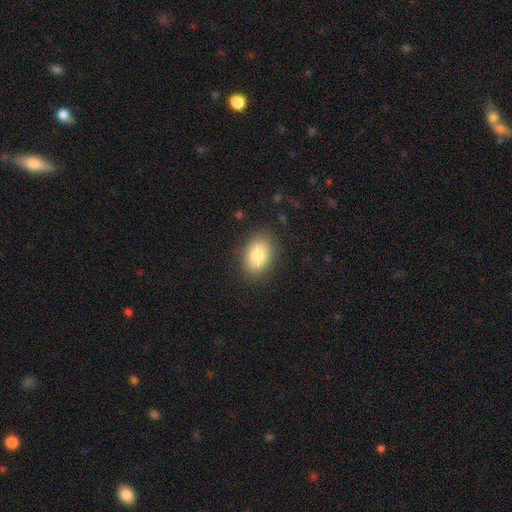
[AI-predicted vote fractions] Smooth or featured: smooth — 85% (featured or disk — 8%)
How rounded: in between — 82% (round — 17%)
Merging: none — 86% (minor disturbance — 10%)